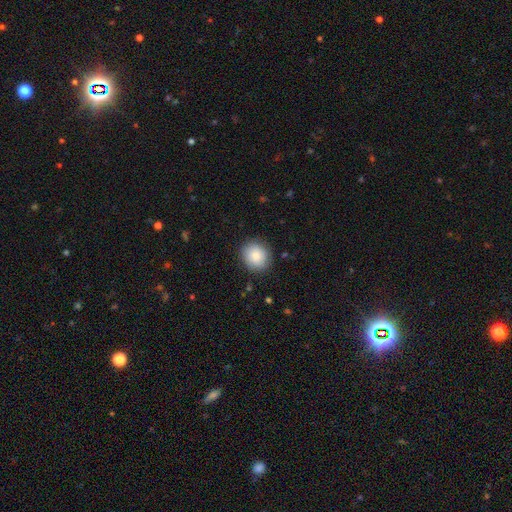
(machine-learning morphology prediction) type=smooth (85%); roundness=round (79%); merging=none (87%).